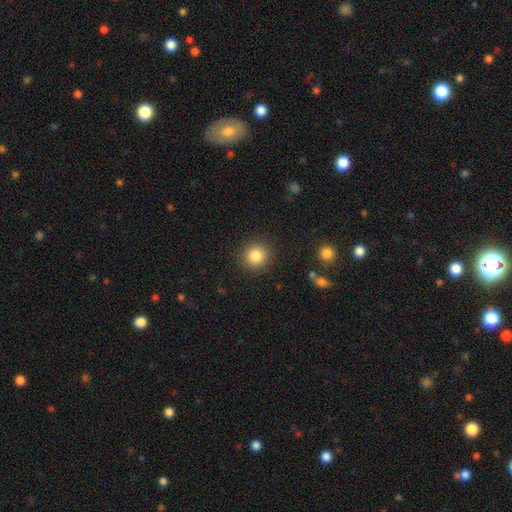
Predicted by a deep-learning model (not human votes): A smooth galaxy with no disk features (85%) that is round (88%). Merging: none (90%).